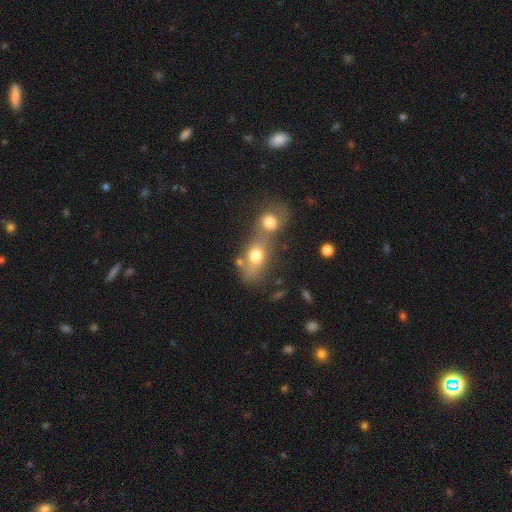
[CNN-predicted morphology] A smooth galaxy with no disk features (67%) that is in between round and cigar-shaped (65%). Merging: merger (55%).